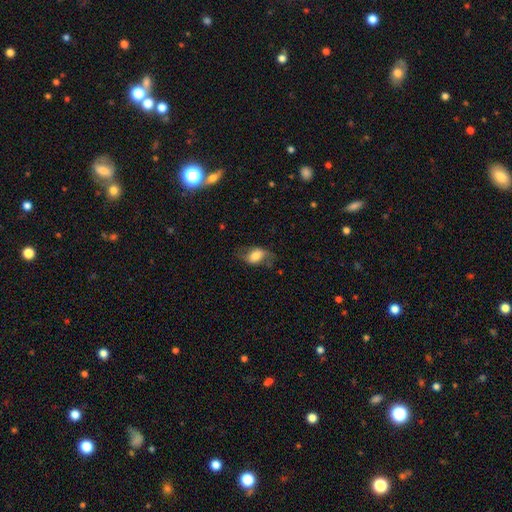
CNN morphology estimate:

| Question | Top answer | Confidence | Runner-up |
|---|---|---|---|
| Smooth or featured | smooth | 57% | featured or disk (35%) |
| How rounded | in between | 83% | round (14%) |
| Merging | none | 58% | minor disturbance (24%) |